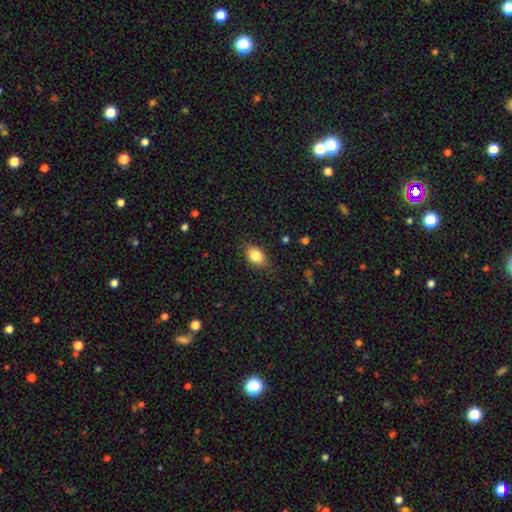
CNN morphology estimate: smooth 82%, featured or disk 9%, star or artifact 9%. Down the decision tree: how rounded — in between (77%); merging — none (80%).